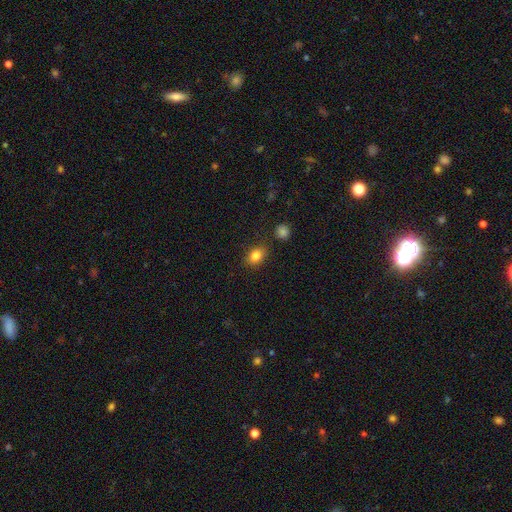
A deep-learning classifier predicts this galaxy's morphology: type=smooth (84%); roundness=in between (68%); merging=none (82%).